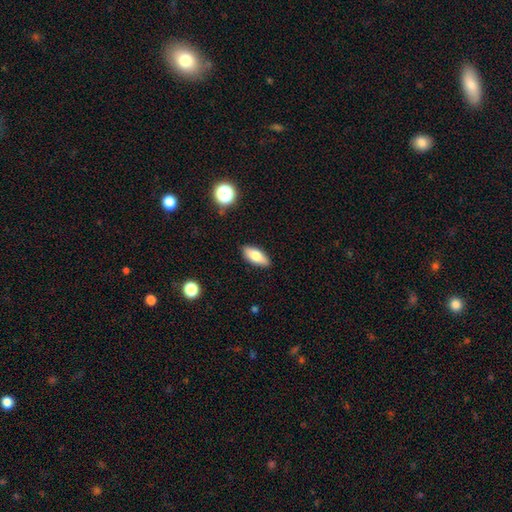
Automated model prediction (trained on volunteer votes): Smooth or featured: smooth — 75% (featured or disk — 18%)
How rounded: in between — 80% (cigar-shaped — 17%)
Merging: none — 88% (minor disturbance — 9%)